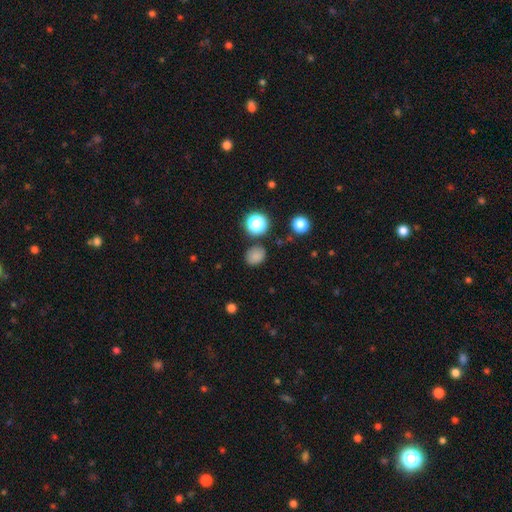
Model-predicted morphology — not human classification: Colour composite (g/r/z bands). It shows a smooth galaxy with no disk features (79%) that is round (59%). Merging: none (81%).